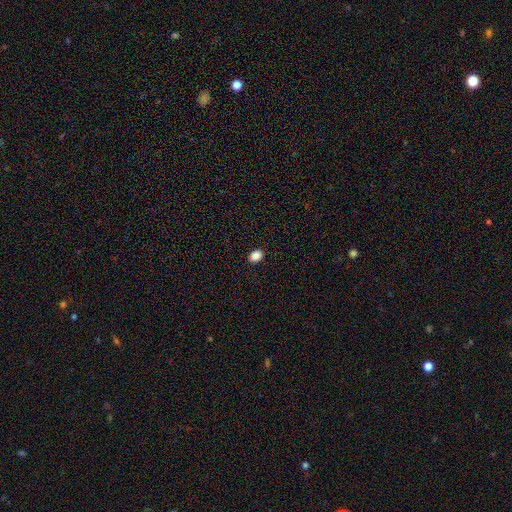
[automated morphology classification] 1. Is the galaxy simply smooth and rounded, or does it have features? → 88% smooth, 9% star or artifact, 3% featured or disk.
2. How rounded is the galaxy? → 70% in between, 29% round, 1% cigar-shaped.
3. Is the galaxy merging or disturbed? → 91% none, 7% minor disturbance, 2% major disturbance, 1% merger.